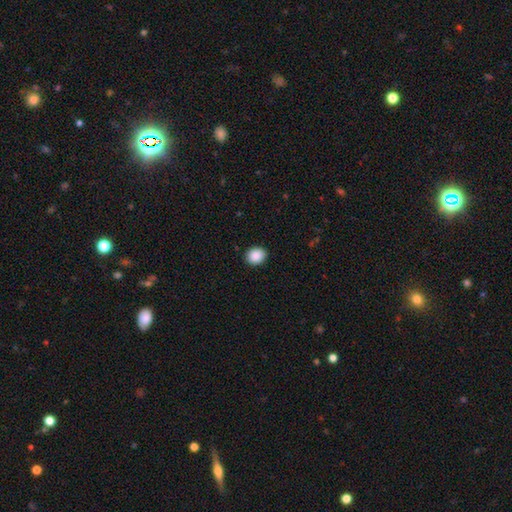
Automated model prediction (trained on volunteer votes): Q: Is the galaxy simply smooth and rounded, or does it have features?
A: smooth — 89%.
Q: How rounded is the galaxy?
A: round — 69%.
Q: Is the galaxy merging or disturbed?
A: none — 90%.